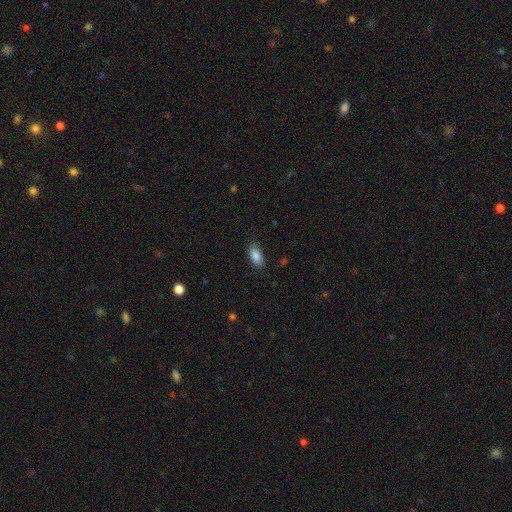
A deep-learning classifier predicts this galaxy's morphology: A smooth galaxy with no disk features (88%) that is in between round and cigar-shaped (89%).

Vote fractions:
- Smooth or featured? smooth: 88% / star or artifact: 7% / featured or disk: 5%
- How rounded? in between: 89% / cigar-shaped: 9% / round: 3%
- Merging? none: 84% / minor disturbance: 12% / major disturbance: 3% / merger: 1%